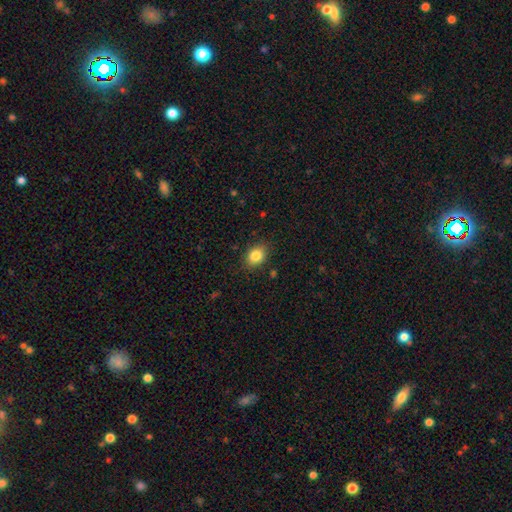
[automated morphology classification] Smooth or featured: smooth — 85% (star or artifact — 9%)
How rounded: in between — 62% (round — 37%)
Merging: none — 85% (minor disturbance — 11%)